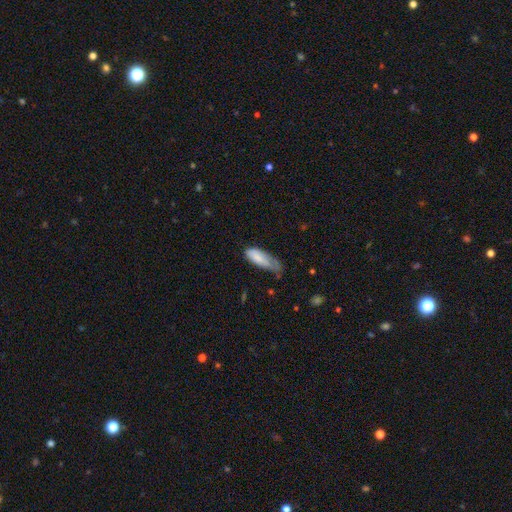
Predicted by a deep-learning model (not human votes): Q: Smooth or featured?
A: smooth (79%); runner-up: featured or disk (15%)
Q: How rounded?
A: in between (68%); runner-up: cigar-shaped (30%)
Q: Merging?
A: minor disturbance (44%); runner-up: none (26%)